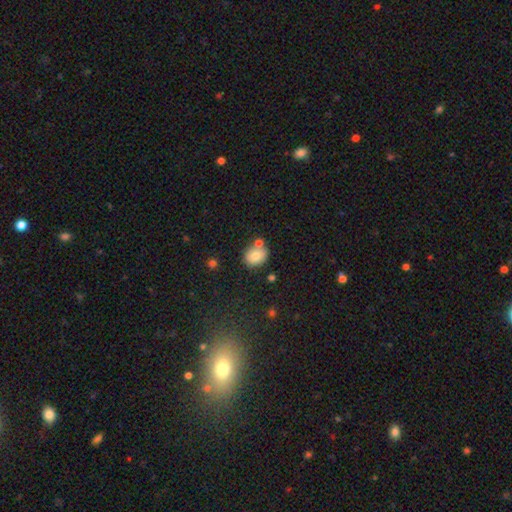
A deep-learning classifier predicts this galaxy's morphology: smooth-or-featured: smooth: 77% | featured or disk: 12% | star or artifact: 10%
  how-rounded: round: 58% | in between: 41% | cigar-shaped: 1%
  merging: none: 65% | merger: 19% | minor disturbance: 13% | major disturbance: 3%